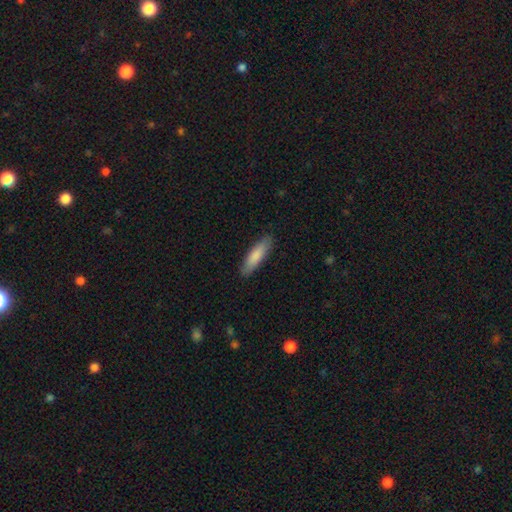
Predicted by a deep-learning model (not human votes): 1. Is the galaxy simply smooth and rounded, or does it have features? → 82% smooth, 13% featured or disk, 5% star or artifact.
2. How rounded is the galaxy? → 67% cigar-shaped, 32% in between, 1% round.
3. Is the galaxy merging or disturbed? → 86% none, 11% minor disturbance, 2% major disturbance, 1% merger.